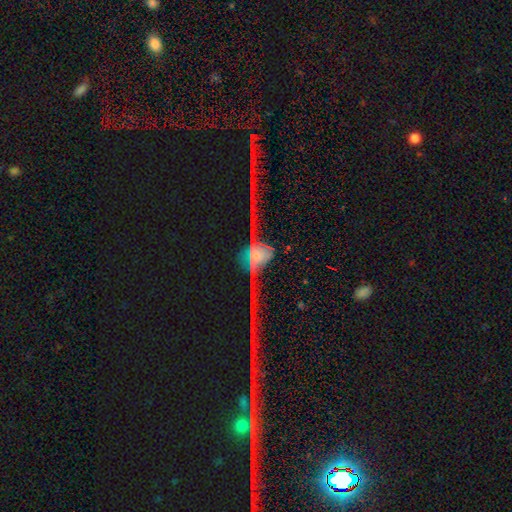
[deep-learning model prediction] This is possibly a featured or disk galaxy (50%). It is possibly viewed edge-on (59%). Merging: possibly none (45%).